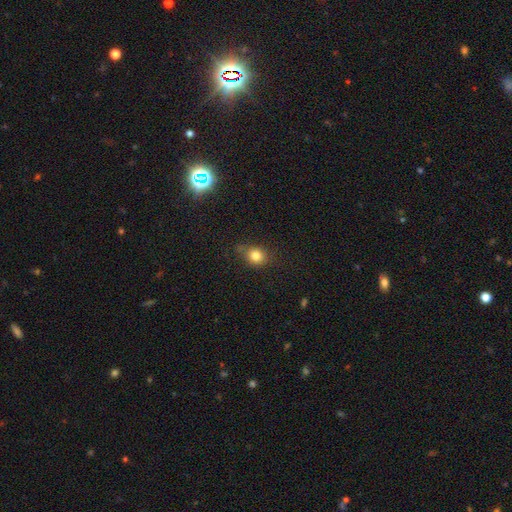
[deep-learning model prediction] Morphology: type=smooth (80%); roundness=round (72%); merging=none (69%).